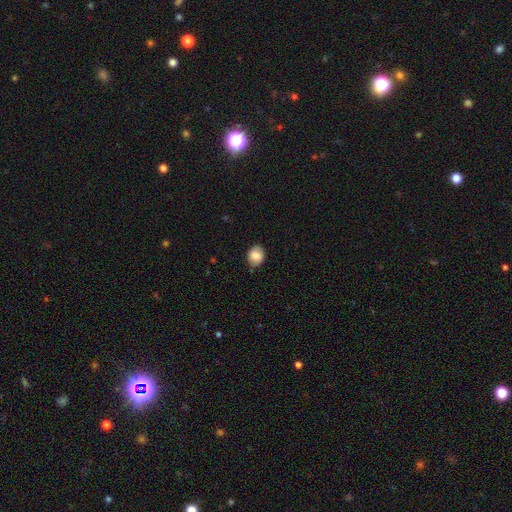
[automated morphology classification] This is clearly a smooth galaxy (81%). How rounded: possibly round (56%). Merging: likely none (72%).